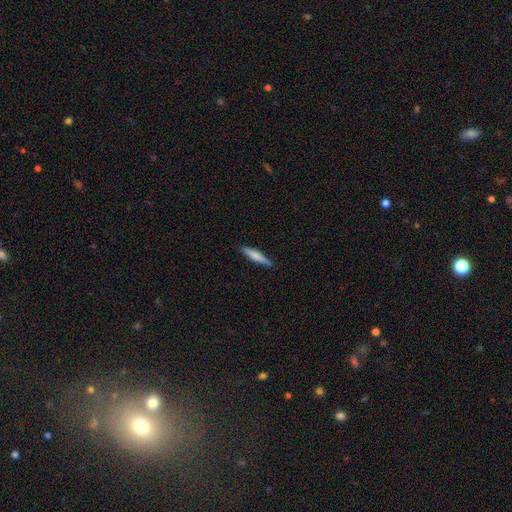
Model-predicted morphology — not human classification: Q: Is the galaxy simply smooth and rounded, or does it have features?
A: smooth — 65%.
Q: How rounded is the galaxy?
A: cigar-shaped — 90%.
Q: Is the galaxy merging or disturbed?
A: none — 88%.